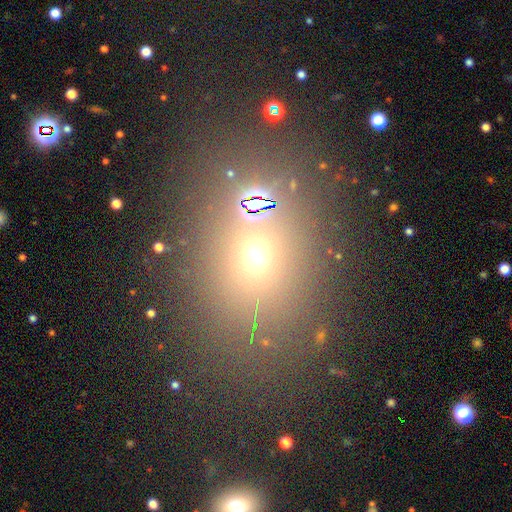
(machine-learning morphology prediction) smooth_or_featured: smooth (p=0.52) [alt: star or artifact p=0.37]
how_rounded: round (p=0.56) [alt: in between p=0.42]
merging: none (p=0.76) [alt: minor disturbance p=0.10]